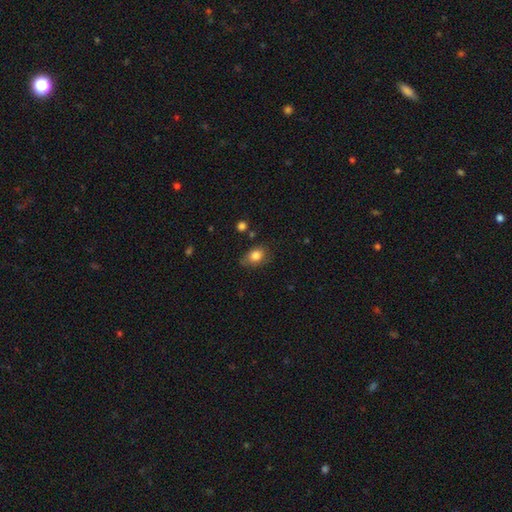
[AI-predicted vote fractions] A smooth galaxy with no disk features (81%) that is in between round and cigar-shaped (70%). Merging: none (63%).